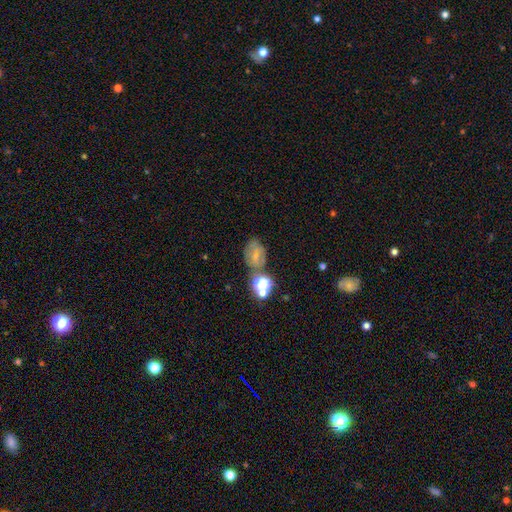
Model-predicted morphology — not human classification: The model was most divided on "smooth or featured": smooth: 46%, featured or disk: 31%, star or artifact: 23%. More confident: merging — none (56%).